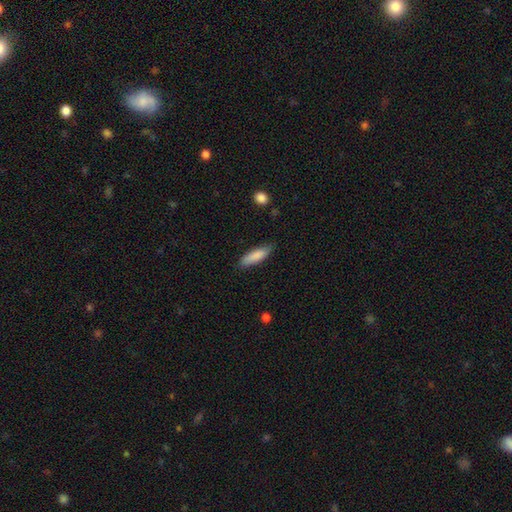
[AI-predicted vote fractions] The model was most divided on "how rounded": cigar-shaped: 53%, in between: 46%, round: 1%. More confident: smooth or featured — smooth (85%); merging — none (80%).